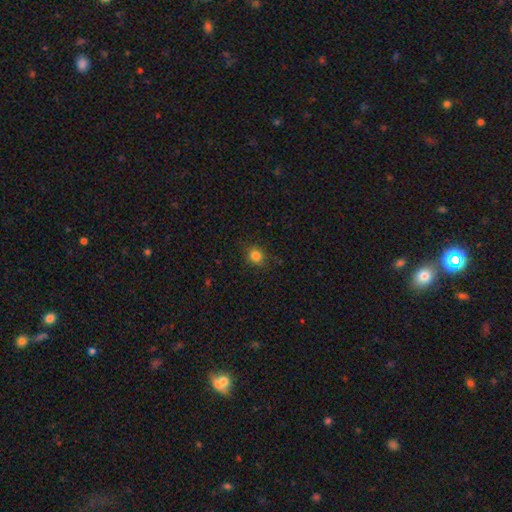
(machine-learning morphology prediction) This is clearly a smooth galaxy (83%). How rounded: likely round (78%). Merging: clearly none (87%).